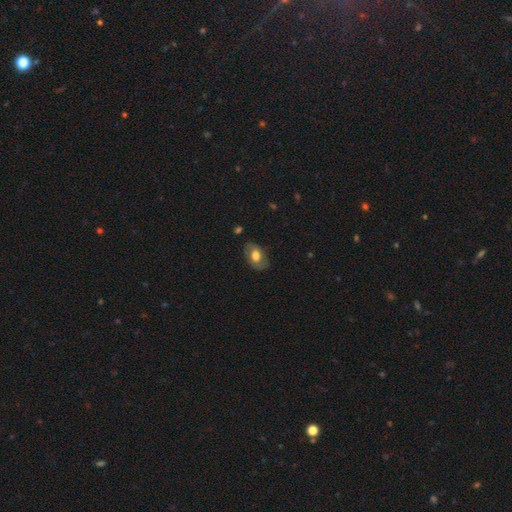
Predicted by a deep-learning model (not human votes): smooth-or-featured: smooth: 59% | featured or disk: 33% | star or artifact: 7%
  how-rounded: in between: 86% | round: 12% | cigar-shaped: 1%
  merging: none: 75% | minor disturbance: 18% | major disturbance: 5% | merger: 1%